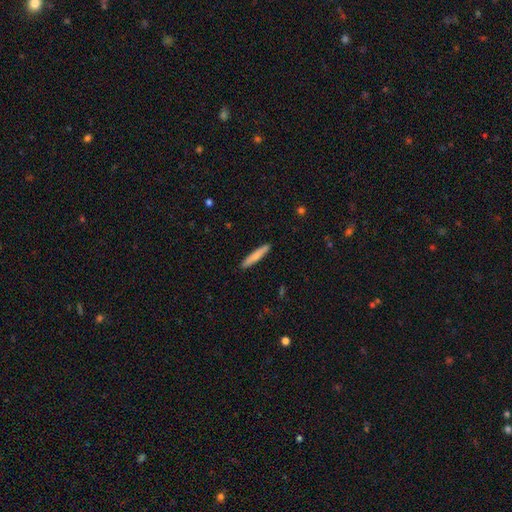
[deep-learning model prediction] smooth_or_featured: smooth (p=0.75) [alt: featured or disk p=0.19]
how_rounded: cigar-shaped (p=0.93) [alt: in between p=0.06]
merging: none (p=0.89) [alt: minor disturbance p=0.08]